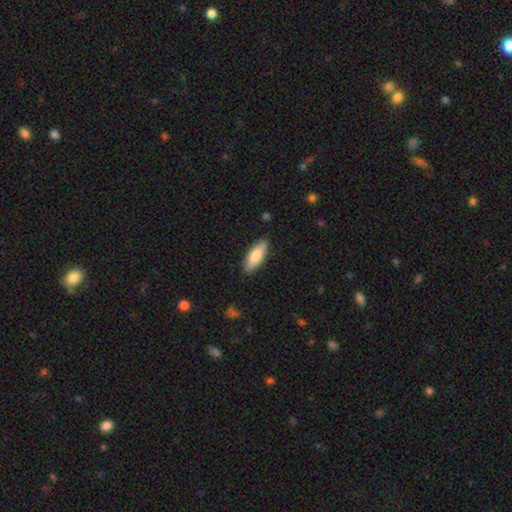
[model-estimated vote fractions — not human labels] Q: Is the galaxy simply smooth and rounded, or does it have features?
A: smooth — 76%.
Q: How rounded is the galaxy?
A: in between — 67%.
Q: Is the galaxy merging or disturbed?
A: none — 87%.